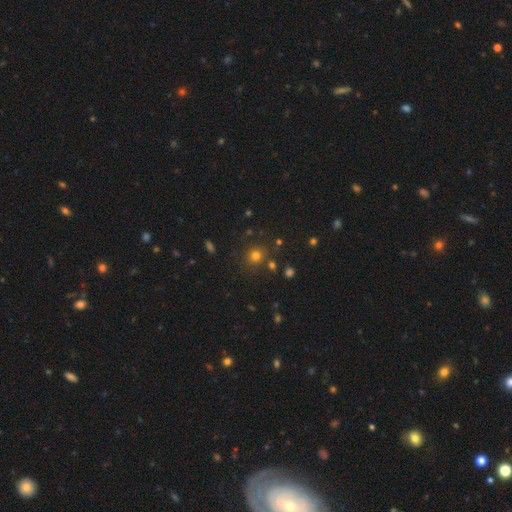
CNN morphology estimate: Smooth or featured: smooth — 75% (star or artifact — 18%)
How rounded: round — 87% (in between — 12%)
Merging: none — 81% (minor disturbance — 9%)